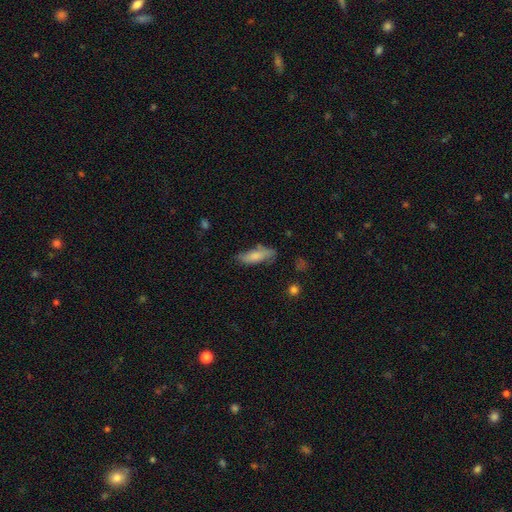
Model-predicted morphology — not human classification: A smooth galaxy with no disk features (75%) that is in between round and cigar-shaped (53%).

Vote fractions:
- Smooth or featured? smooth: 75% / featured or disk: 18% / star or artifact: 6%
- How rounded? in between: 53% / cigar-shaped: 45% / round: 2%
- Merging? none: 64% / minor disturbance: 25% / major disturbance: 6% / merger: 4%